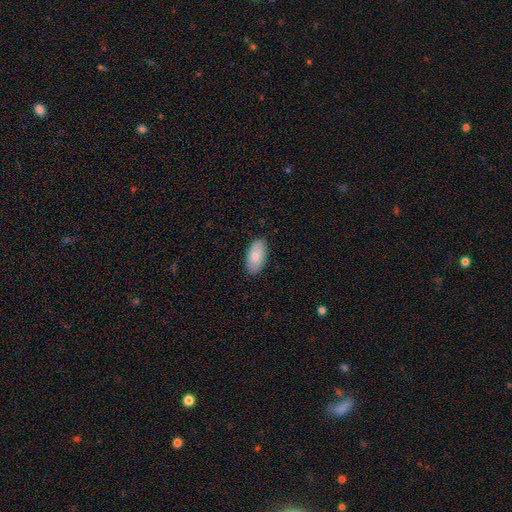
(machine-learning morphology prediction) type=smooth (81%); roundness=in between (94%); merging=none (87%).